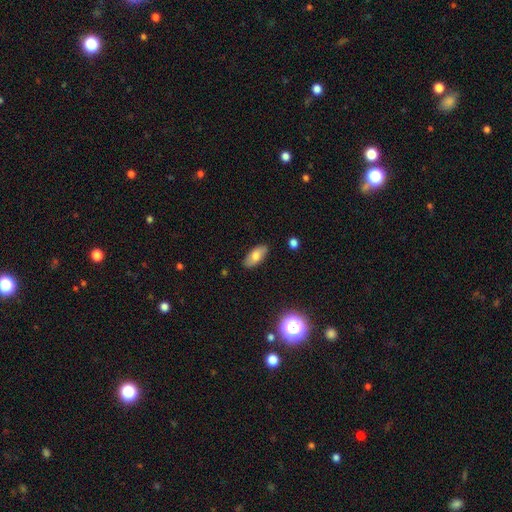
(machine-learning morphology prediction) A smooth galaxy with no disk features (73%) that is in between round and cigar-shaped (90%).

Vote fractions:
- Smooth or featured? smooth: 73% / featured or disk: 19% / star or artifact: 8%
- How rounded? in between: 90% / cigar-shaped: 7% / round: 3%
- Merging? none: 87% / minor disturbance: 10% / major disturbance: 2% / merger: 1%